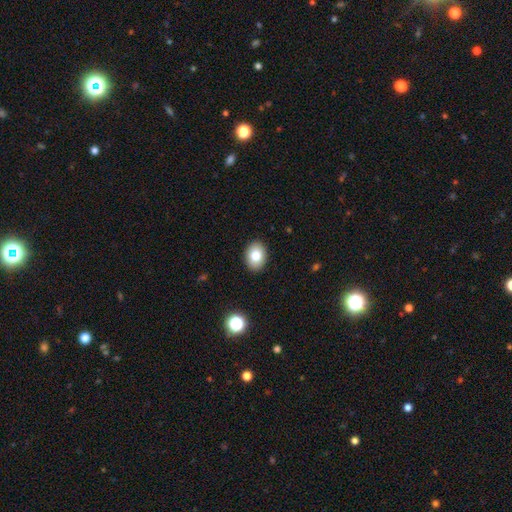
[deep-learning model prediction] This appears to be a smooth galaxy with no disk features (80%) that is in between round and cigar-shaped (71%). Merging: none (90%).